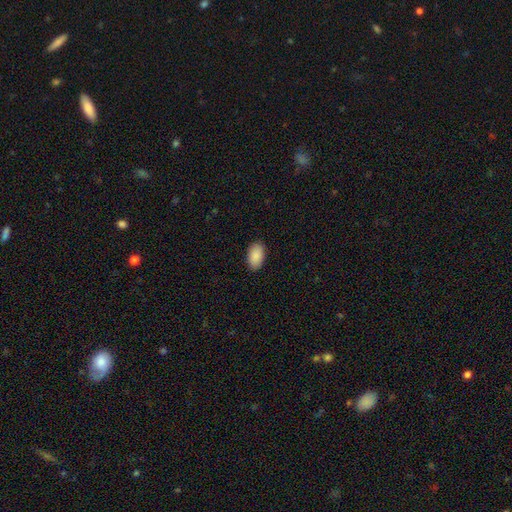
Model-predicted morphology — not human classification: This is clearly a smooth galaxy (91%). How rounded: clearly in between (95%). Merging: clearly none (89%).